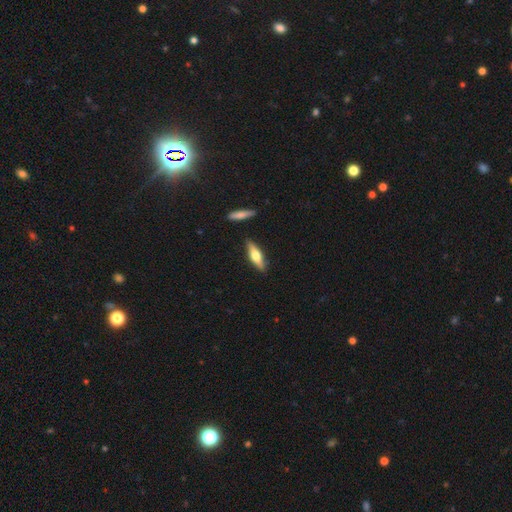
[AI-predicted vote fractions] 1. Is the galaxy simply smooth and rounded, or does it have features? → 53% smooth, 42% featured or disk, 6% star or artifact.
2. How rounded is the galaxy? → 58% cigar-shaped, 40% in between, 2% round.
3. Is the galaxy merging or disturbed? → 85% none, 10% minor disturbance, 3% merger, 2% major disturbance.